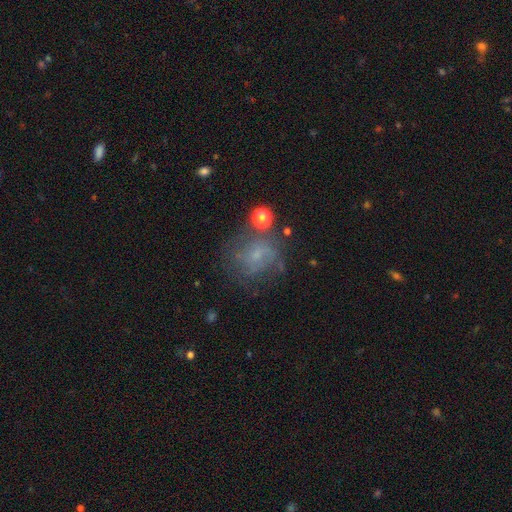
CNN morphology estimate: Overall: featured or disk (43%; smooth 37%). Merging: none (55%; minor disturbance 20%).